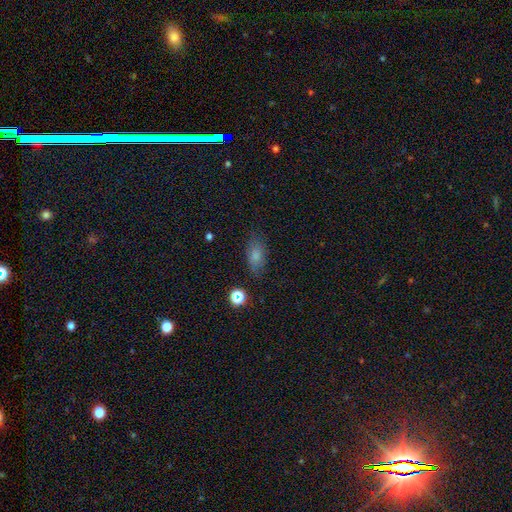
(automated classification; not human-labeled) A smooth galaxy with no disk features (76%) that is in between round and cigar-shaped (84%). Merging: none (77%).